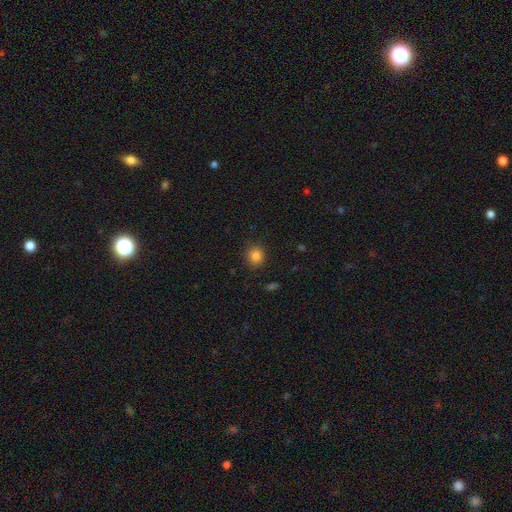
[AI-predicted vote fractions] Overall: smooth (84%). How rounded: round (85%). Merging: none (87%).